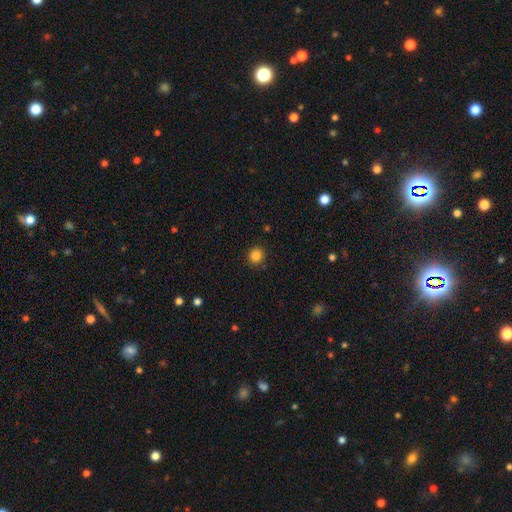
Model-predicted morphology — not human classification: smooth-or-featured: smooth: 85% | star or artifact: 11% | featured or disk: 4%
  how-rounded: round: 90% | in between: 9% | cigar-shaped: 1%
  merging: none: 89% | minor disturbance: 7% | major disturbance: 2% | merger: 1%